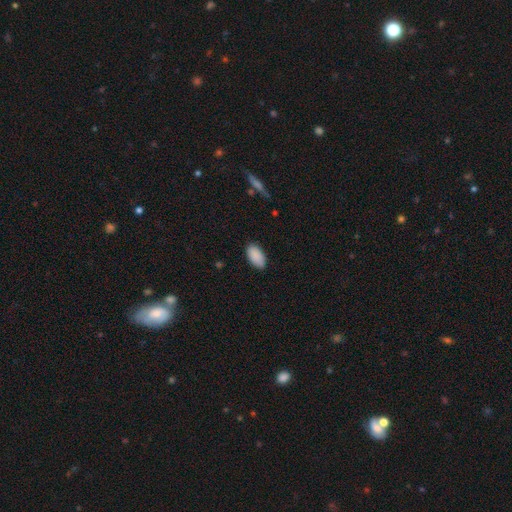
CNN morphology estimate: This is clearly a smooth galaxy (90%). How rounded: clearly in between (95%). Merging: clearly none (86%).